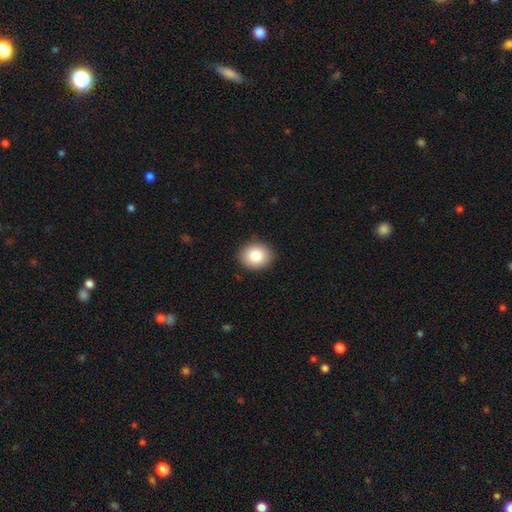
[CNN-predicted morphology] Overall: smooth (83%). How rounded: round (65%; in between 34%). Merging: none (89%).